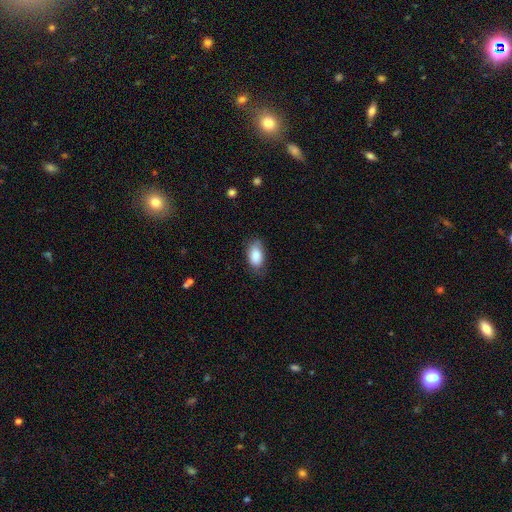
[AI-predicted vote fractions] Smooth or featured? smooth (86%)
How rounded? in between (92%)
Merging? none (73%)